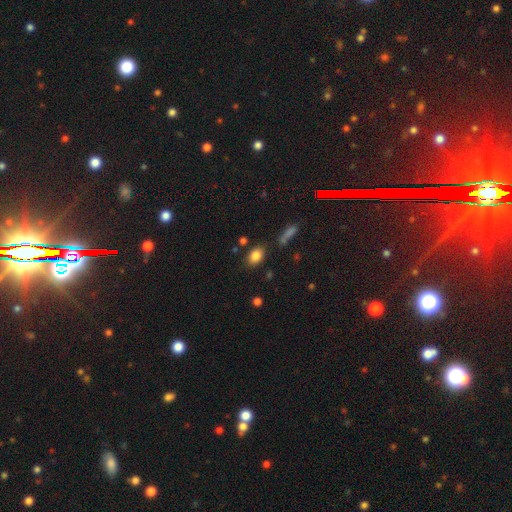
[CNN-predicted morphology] smooth_or_featured: smooth (p=0.84) [alt: star or artifact p=0.09]
how_rounded: in between (p=0.80) [alt: round p=0.17]
merging: none (p=0.82) [alt: minor disturbance p=0.11]